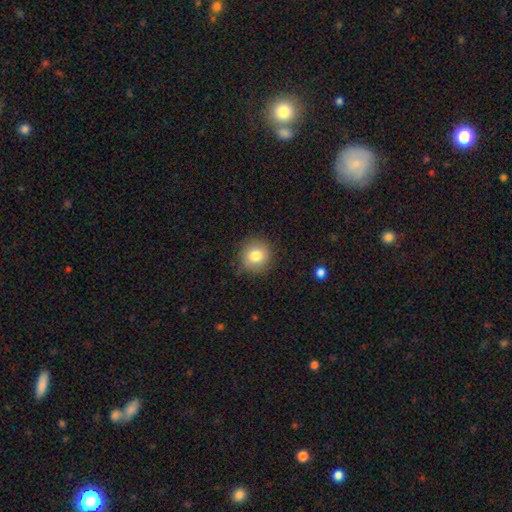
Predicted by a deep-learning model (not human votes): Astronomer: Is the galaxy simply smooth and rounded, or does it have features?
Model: smooth — 81%.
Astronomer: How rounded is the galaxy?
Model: round — 90%.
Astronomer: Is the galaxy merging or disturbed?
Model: none — 85%.